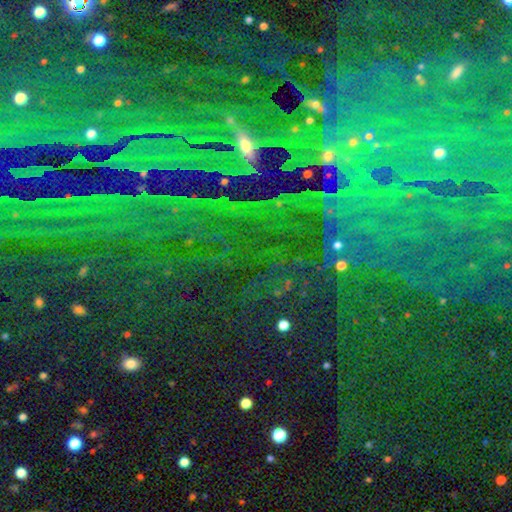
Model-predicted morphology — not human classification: A star or artifact, not a galaxy (83%).

Vote fractions:
- Smooth or featured? star or artifact: 83% / featured or disk: 9% / smooth: 8%